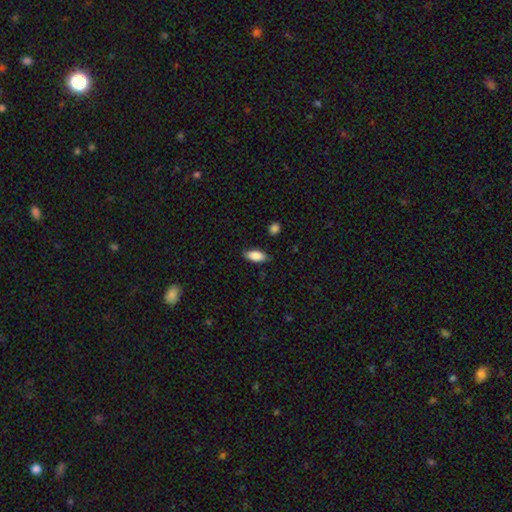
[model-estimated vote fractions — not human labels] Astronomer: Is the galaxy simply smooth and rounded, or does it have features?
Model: smooth — 86%.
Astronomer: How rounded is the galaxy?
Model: in between — 87%.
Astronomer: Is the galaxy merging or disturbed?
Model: none — 83%.